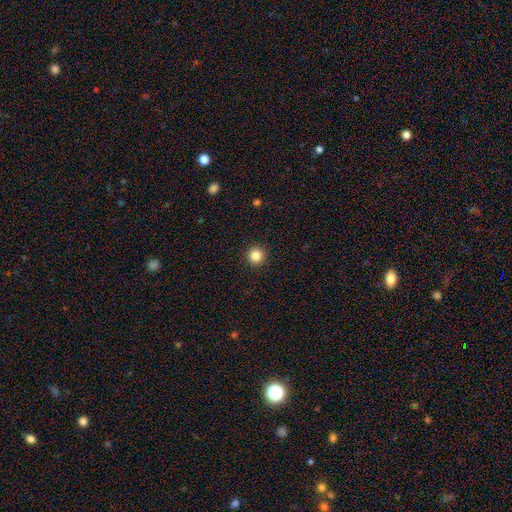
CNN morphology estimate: smooth_or_featured: smooth (p=0.85) [alt: star or artifact p=0.11]
how_rounded: round (p=0.96) [alt: in between p=0.03]
merging: none (p=0.93) [alt: minor disturbance p=0.04]